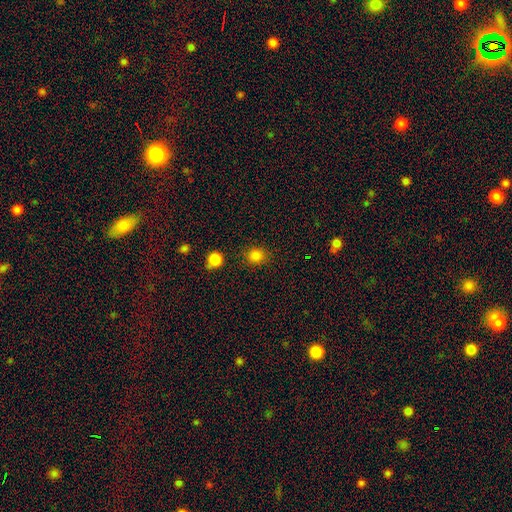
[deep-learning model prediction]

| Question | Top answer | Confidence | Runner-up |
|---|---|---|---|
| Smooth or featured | smooth | 83% | star or artifact (13%) |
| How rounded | round | 82% | in between (17%) |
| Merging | none | 86% | minor disturbance (8%) |